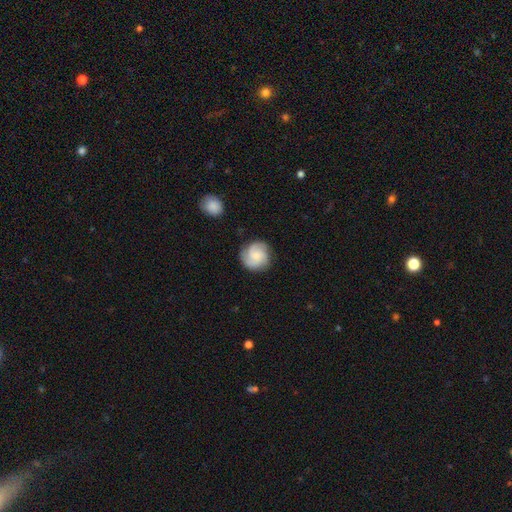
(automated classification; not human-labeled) Smooth or featured?
  - featured or disk: 72% *
  - smooth: 22%
  - star or artifact: 6%
Edge-on disk?
  - no: 98% *
  - yes: 2%
Bar?
  - no: 67% *
  - weak: 29%
  - strong: 4%
Spiral arms?
  - yes: 97% *
  - no: 3%
Spiral winding?
  - tight: 47% *
  - medium: 42%
  - loose: 11%
Spiral arm count?
  - 3: 59% *
  - 2: 19%
  - can't tell: 9%
  - 4: 6%
  - 1: 3%
  - more than 4: 3%
Bulge size?
  - small: 57% *
  - moderate: 28%
  - none: 11%
  - large: 3%
  - dominant: 1%
Merging?
  - none: 82% *
  - minor disturbance: 13%
  - major disturbance: 4%
  - merger: 2%